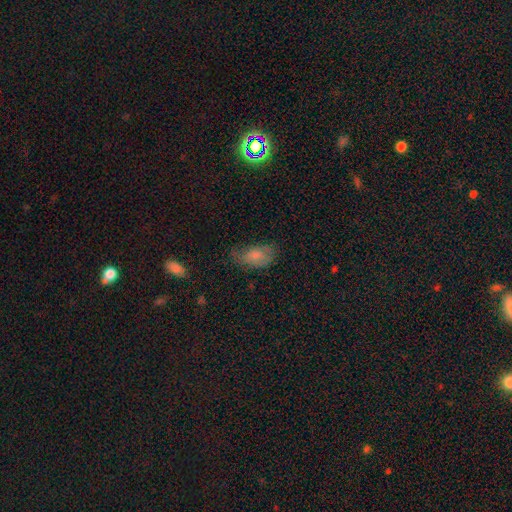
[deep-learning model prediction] This is likely a smooth galaxy (73%). How rounded: clearly in between (91%). Merging: possibly none (56%).